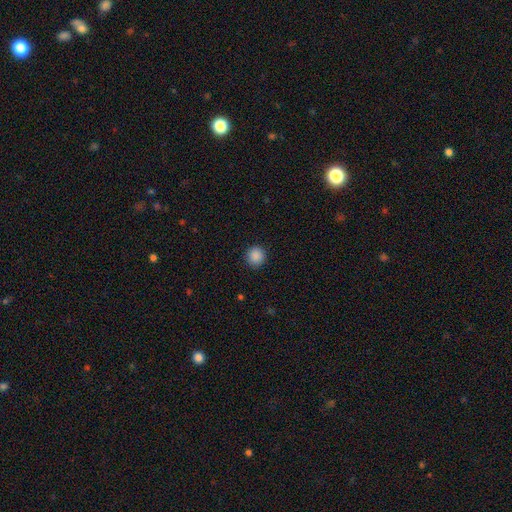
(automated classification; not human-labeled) smooth 88%, star or artifact 9%, featured or disk 3%. Down the decision tree: how rounded — round (94%); merging — none (91%).